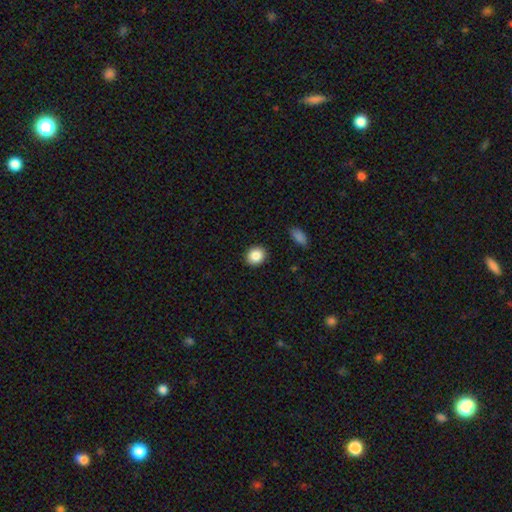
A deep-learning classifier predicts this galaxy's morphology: A smooth galaxy with no disk features (87%) that is round (76%). Merging: none (90%).